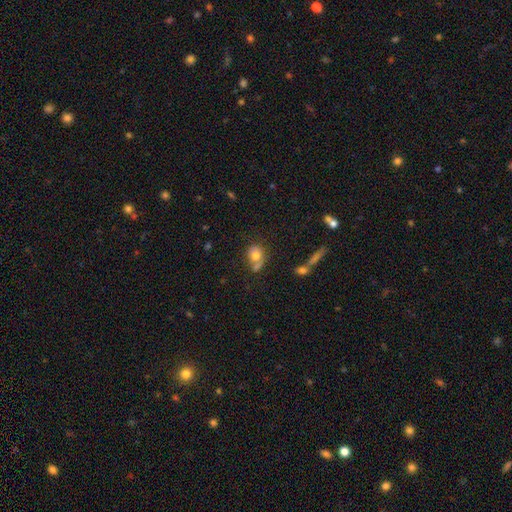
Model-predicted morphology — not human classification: A smooth galaxy with no disk features (74%) that is in between round and cigar-shaped (53%). Merging: none (42%).